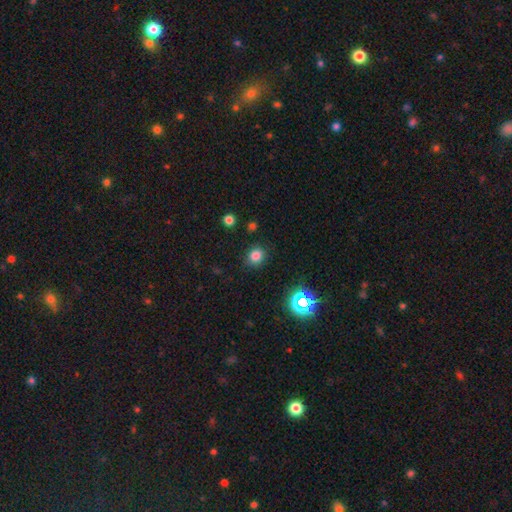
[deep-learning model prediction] Q: Smooth or featured?
A: smooth (79%); runner-up: star or artifact (16%)
Q: How rounded?
A: round (78%); runner-up: in between (21%)
Q: Merging?
A: none (87%); runner-up: minor disturbance (9%)